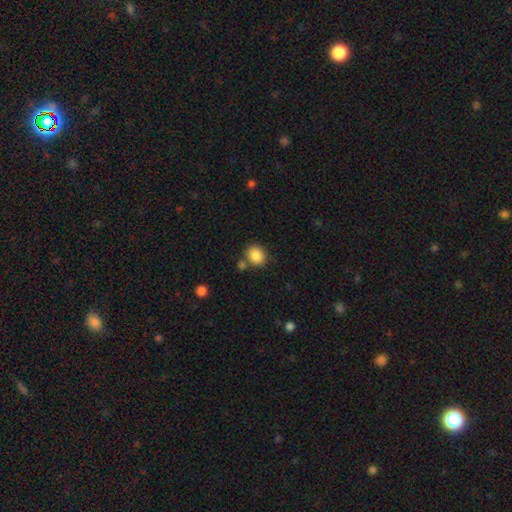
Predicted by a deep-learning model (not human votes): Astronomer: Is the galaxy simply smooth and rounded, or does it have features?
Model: smooth — 86%.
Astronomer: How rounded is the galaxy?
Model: round — 70%.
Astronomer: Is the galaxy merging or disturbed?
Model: none — 73%.